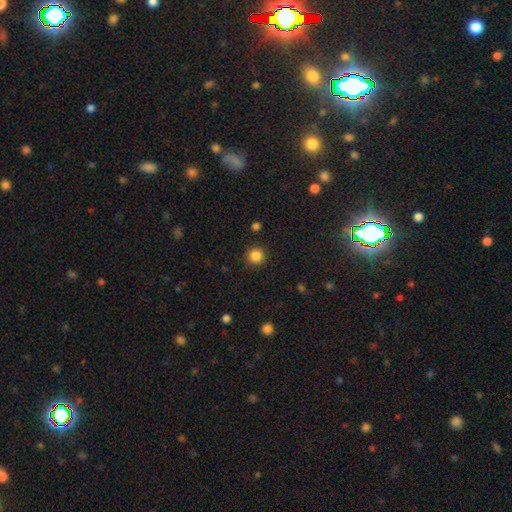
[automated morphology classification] Smooth or featured? Predicted: smooth (p=0.85). How rounded? Predicted: round (p=0.95). Merging? Predicted: none (p=0.90).